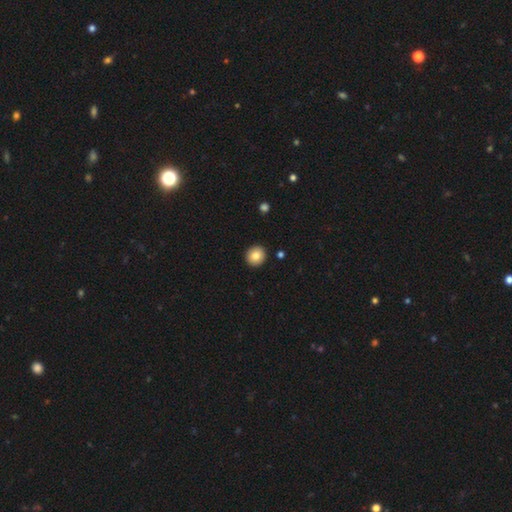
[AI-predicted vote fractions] The model was most divided on "smooth or featured": smooth: 84%, star or artifact: 8%, featured or disk: 8%. More confident: merging — none (93%); how rounded — round (92%).